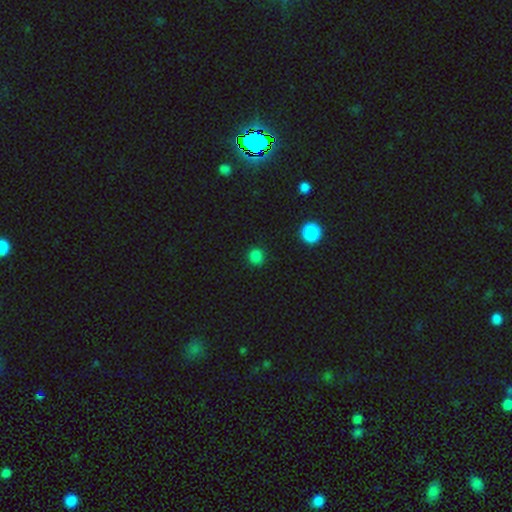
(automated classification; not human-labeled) Q: Smooth or featured?
A: smooth (81%); runner-up: star or artifact (16%)
Q: How rounded?
A: round (84%); runner-up: in between (15%)
Q: Merging?
A: none (84%); runner-up: minor disturbance (11%)